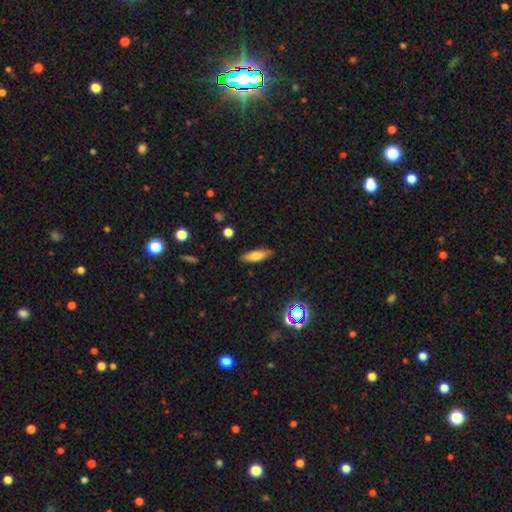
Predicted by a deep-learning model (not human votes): The model was most divided on "how rounded": in between: 57%, cigar-shaped: 40%, round: 3%. More confident: merging — none (85%); smooth or featured — smooth (74%).